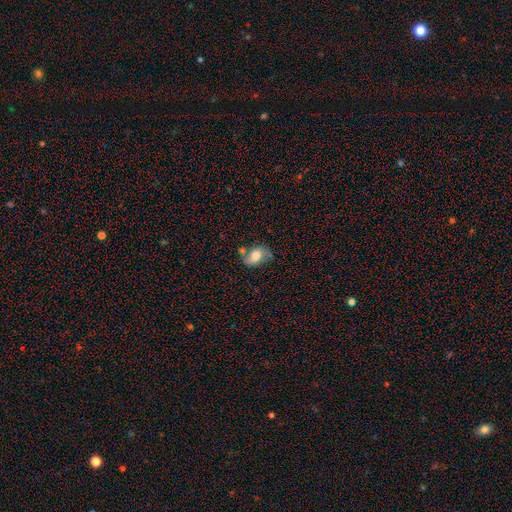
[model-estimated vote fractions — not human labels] Smooth or featured?
  - smooth: 62% *
  - featured or disk: 30%
  - star or artifact: 9%
How rounded?
  - in between: 82% *
  - round: 16%
  - cigar-shaped: 2%
Merging?
  - none: 53% *
  - minor disturbance: 25%
  - merger: 14%
  - major disturbance: 8%